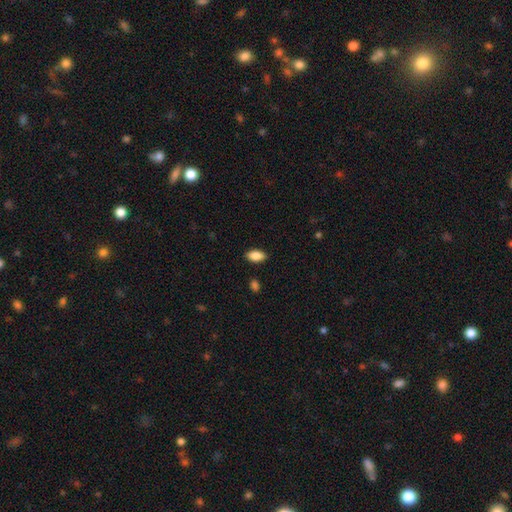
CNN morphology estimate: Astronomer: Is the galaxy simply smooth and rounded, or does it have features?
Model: smooth — 86%.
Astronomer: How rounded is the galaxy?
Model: in between — 91%.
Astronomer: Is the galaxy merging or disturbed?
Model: none — 88%.